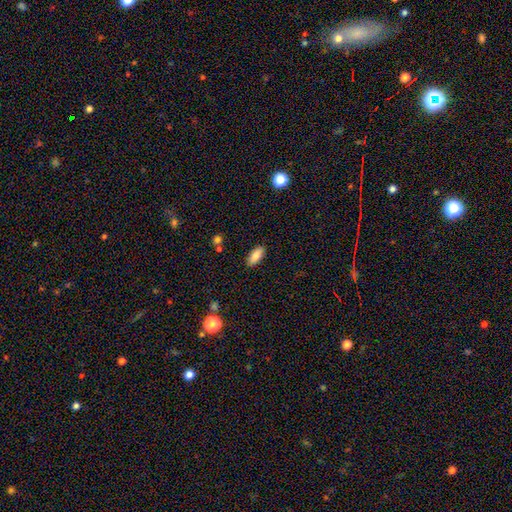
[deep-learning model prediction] smooth_or_featured: smooth (p=0.84) [alt: featured or disk p=0.08]
how_rounded: in between (p=0.82) [alt: cigar-shaped p=0.16]
merging: none (p=0.87) [alt: minor disturbance p=0.09]